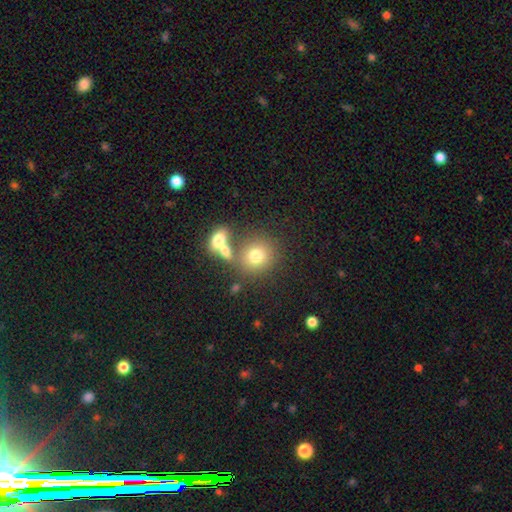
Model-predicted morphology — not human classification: Q: Smooth or featured?
A: smooth (76%); runner-up: featured or disk (12%)
Q: How rounded?
A: round (81%); runner-up: in between (18%)
Q: Merging?
A: none (57%); runner-up: merger (28%)